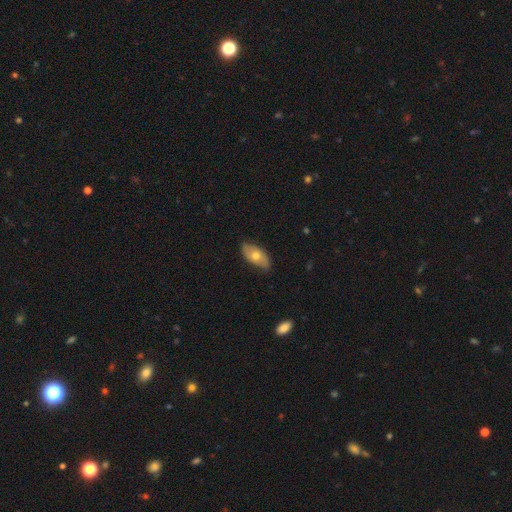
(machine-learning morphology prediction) smooth_or_featured: smooth (p=0.58) [alt: featured or disk p=0.36]
how_rounded: in between (p=0.92) [alt: cigar-shaped p=0.05]
merging: none (p=0.75) [alt: minor disturbance p=0.21]